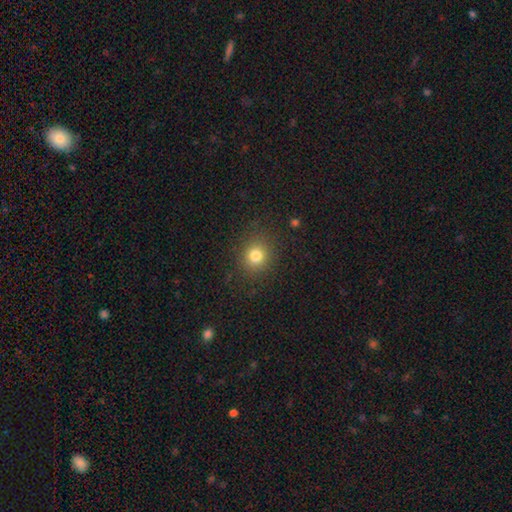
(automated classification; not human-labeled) This is clearly a smooth galaxy (80%). How rounded: clearly round (82%). Merging: clearly none (87%).